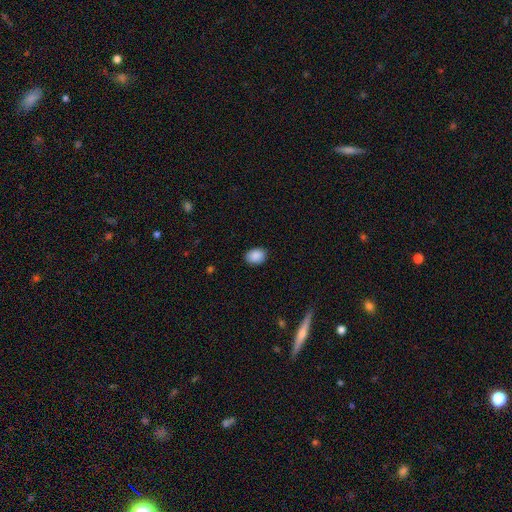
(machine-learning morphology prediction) smooth 89%, star or artifact 8%, featured or disk 3%. Down the decision tree: how rounded — in between (66%); merging — none (88%).